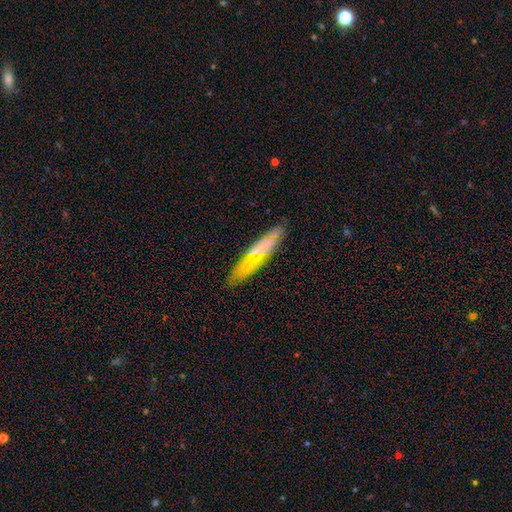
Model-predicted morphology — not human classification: Smooth or featured? Predicted: smooth (p=0.50). How rounded? Predicted: cigar-shaped (p=0.84). Merging? Predicted: none (p=0.80).